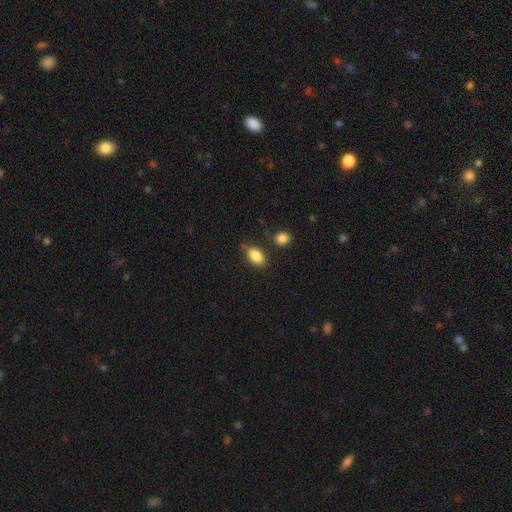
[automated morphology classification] Smooth or featured: smooth — 86% (star or artifact — 8%)
How rounded: in between — 89% (round — 7%)
Merging: none — 72% (minor disturbance — 18%)